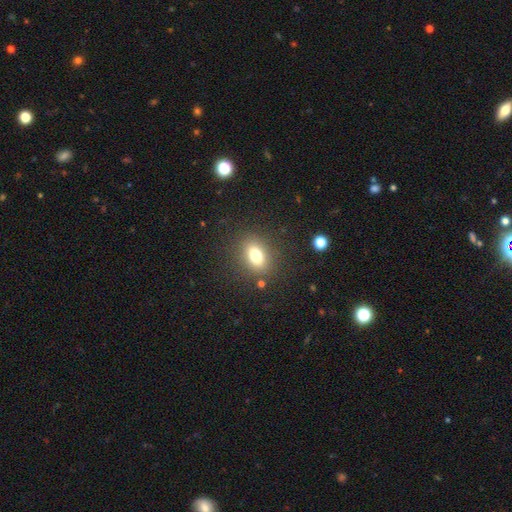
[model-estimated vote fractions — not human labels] Smooth or featured?
  - smooth: 76% *
  - featured or disk: 12%
  - star or artifact: 12%
How rounded?
  - in between: 73% *
  - round: 24%
  - cigar-shaped: 3%
Merging?
  - none: 84% *
  - minor disturbance: 9%
  - major disturbance: 4%
  - merger: 2%